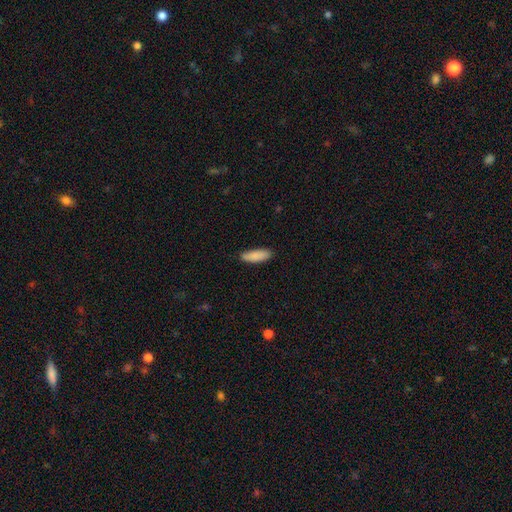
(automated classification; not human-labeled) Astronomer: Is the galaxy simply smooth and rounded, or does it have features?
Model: smooth — 88%.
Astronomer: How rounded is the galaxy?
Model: in between — 54% (runner-up: cigar-shaped, 45%).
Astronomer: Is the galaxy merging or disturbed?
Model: none — 82%.